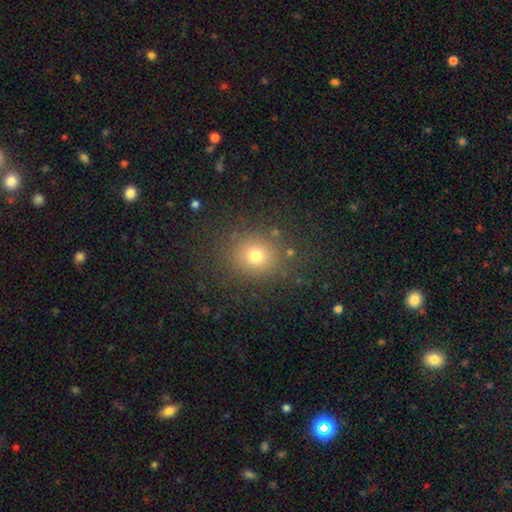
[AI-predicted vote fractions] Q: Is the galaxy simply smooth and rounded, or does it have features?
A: smooth — 73%.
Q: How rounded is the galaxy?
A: round — 84%.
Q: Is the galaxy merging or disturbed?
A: none — 84%.